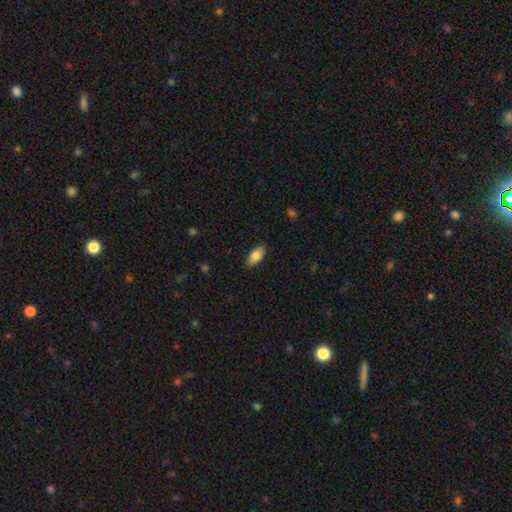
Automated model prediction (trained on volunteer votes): The model was most divided on "smooth or featured": smooth: 81%, featured or disk: 12%, star or artifact: 7%. More confident: how rounded — in between (90%); merging — none (87%).